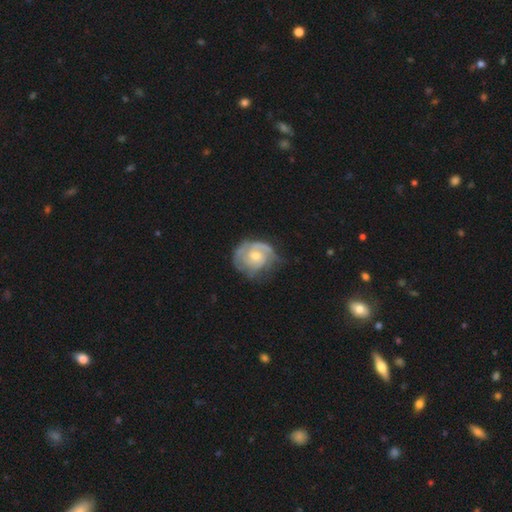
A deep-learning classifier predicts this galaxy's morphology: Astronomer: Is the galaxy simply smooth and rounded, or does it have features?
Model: featured or disk — 79%.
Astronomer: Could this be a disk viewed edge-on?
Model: no — 98%.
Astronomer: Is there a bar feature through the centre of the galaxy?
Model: no — 65%.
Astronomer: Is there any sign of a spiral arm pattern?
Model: yes — 92%.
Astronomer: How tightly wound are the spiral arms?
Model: tight — 57% (runner-up: medium, 33%).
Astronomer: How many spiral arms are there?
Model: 2 — 42% (runner-up: can't tell, 26%).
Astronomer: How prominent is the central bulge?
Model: moderate — 50% (runner-up: small, 44%).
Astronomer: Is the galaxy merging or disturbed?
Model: none — 57%.